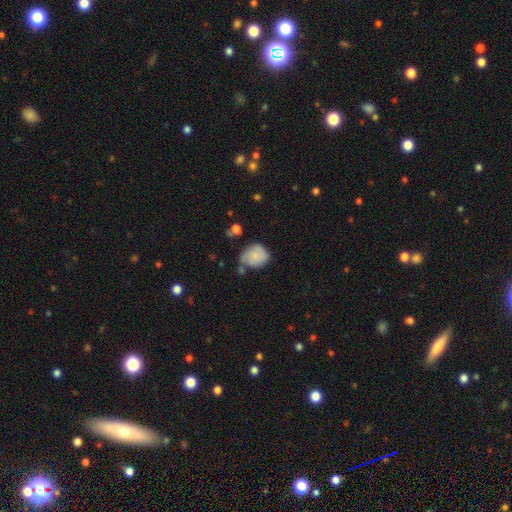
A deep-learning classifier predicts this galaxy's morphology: Smooth or featured? Predicted: smooth (p=0.60). How rounded? Predicted: round (p=0.54). Merging? Predicted: none (p=0.44).